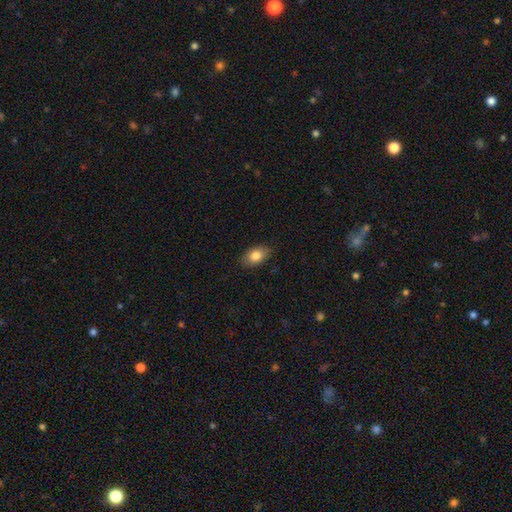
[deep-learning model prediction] A smooth galaxy with no disk features (83%) that is in between round and cigar-shaped (89%). Merging: none (85%).